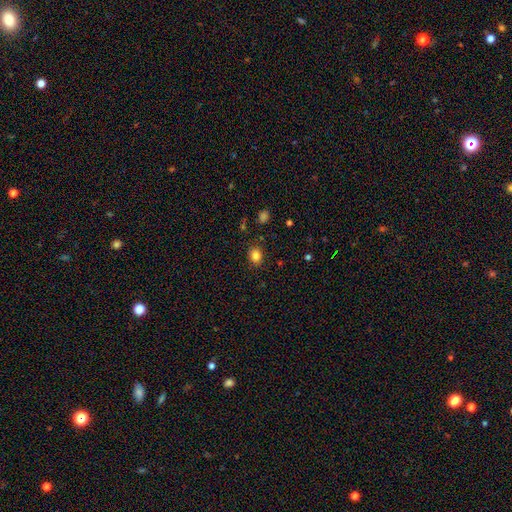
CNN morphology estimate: The model was most divided on "how rounded": round: 62%, in between: 37%, cigar-shaped: 1%. More confident: merging — none (86%); smooth or featured — smooth (84%).